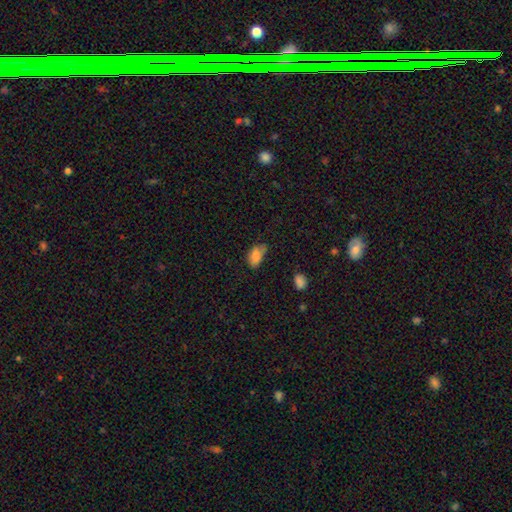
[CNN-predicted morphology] A smooth galaxy with no disk features (79%) that is in between round and cigar-shaped (90%). Merging: none (45%).